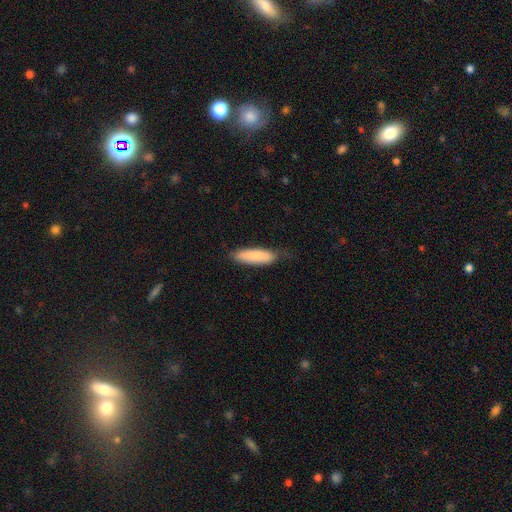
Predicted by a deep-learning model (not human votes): This is clearly a smooth galaxy (84%). How rounded: possibly cigar-shaped (59%). Merging: likely none (66%).